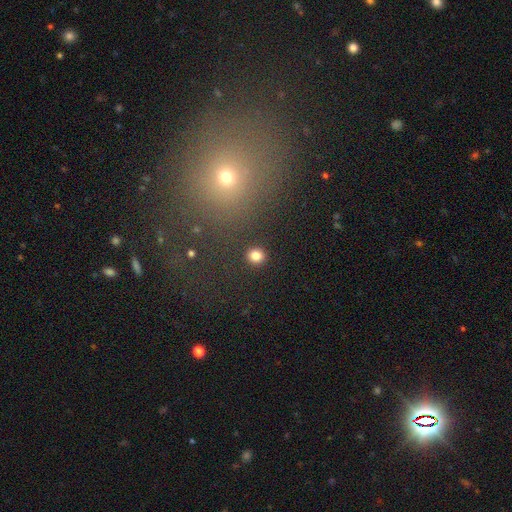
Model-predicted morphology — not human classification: A smooth galaxy with no disk features (83%) that is round (90%).

Vote fractions:
- Smooth or featured? smooth: 83% / star or artifact: 12% / featured or disk: 5%
- How rounded? round: 90% / in between: 9% / cigar-shaped: 1%
- Merging? none: 92% / minor disturbance: 5% / major disturbance: 2% / merger: 2%